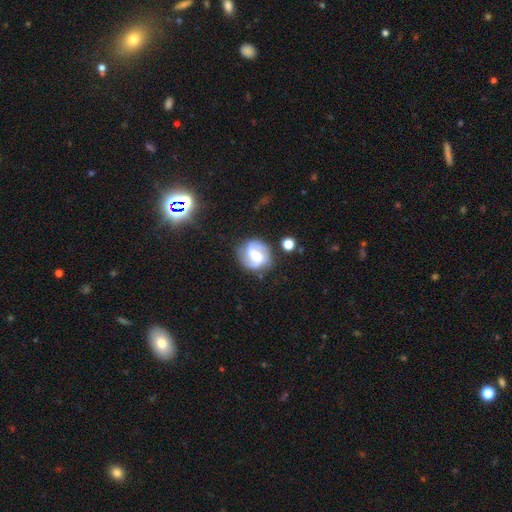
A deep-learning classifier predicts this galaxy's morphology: Smooth or featured? Predicted: featured or disk (p=0.71). Edge-on disk? Predicted: no (p=0.98). Bar? Predicted: weak (p=0.43). Spiral arms? Predicted: yes (p=0.89). Spiral winding? Predicted: medium (p=0.45). Spiral arm count? Predicted: 2 (p=0.76). Bulge size? Predicted: moderate (p=0.34). Merging? Predicted: none (p=0.66).